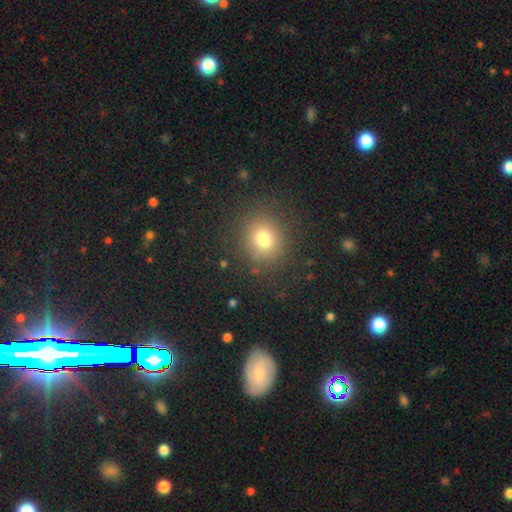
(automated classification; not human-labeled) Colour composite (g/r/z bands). It shows a smooth galaxy with no disk features (62%) that is round (80%). Merging: none (89%).